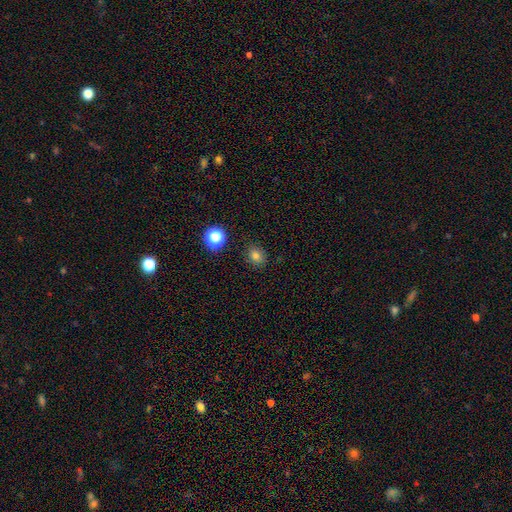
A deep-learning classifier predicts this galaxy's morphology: Overall: smooth (77%). How rounded: round (61%; in between 38%). Merging: none (85%).